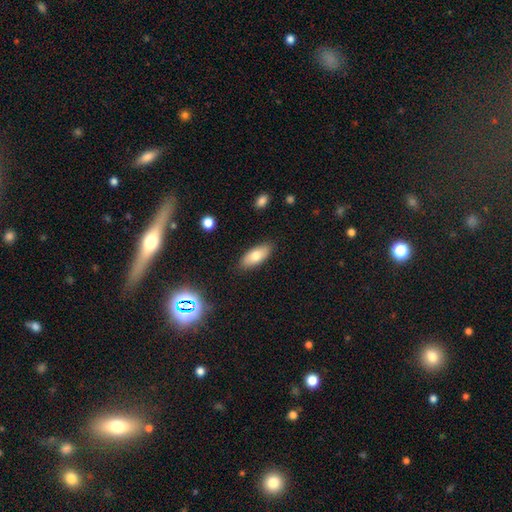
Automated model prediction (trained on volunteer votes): A smooth galaxy with no disk features (75%) that is in between round and cigar-shaped (84%).

Vote fractions:
- Smooth or featured? smooth: 75% / featured or disk: 18% / star or artifact: 7%
- How rounded? in between: 84% / cigar-shaped: 13% / round: 2%
- Merging? none: 86% / minor disturbance: 10% / major disturbance: 2% / merger: 1%